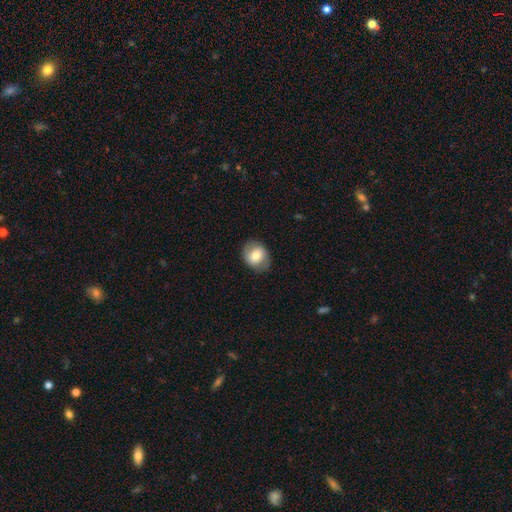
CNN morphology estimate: Smooth or featured? smooth (66%)
How rounded? round (54%)
Merging? none (81%)